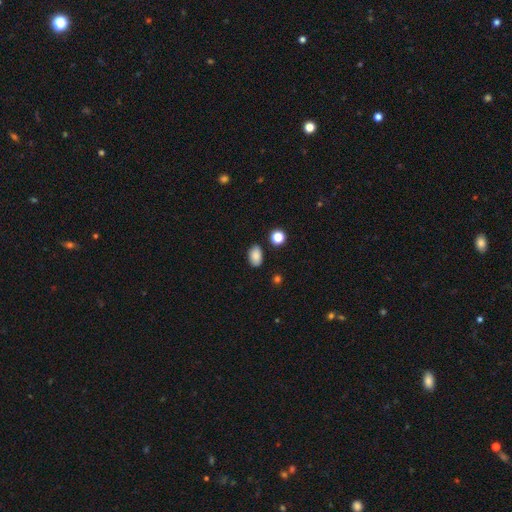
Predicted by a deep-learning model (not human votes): Q: Smooth or featured?
A: smooth (86%); runner-up: star or artifact (9%)
Q: How rounded?
A: in between (88%); runner-up: round (10%)
Q: Merging?
A: none (84%); runner-up: minor disturbance (11%)